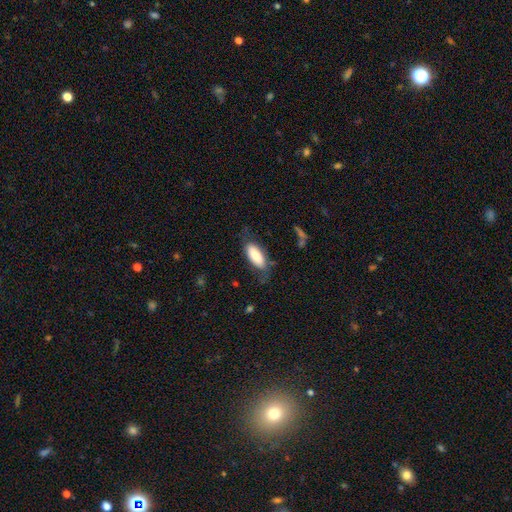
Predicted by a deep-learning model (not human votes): Morphology: type=smooth (79%); roundness=in between (81%); merging=none (65%).